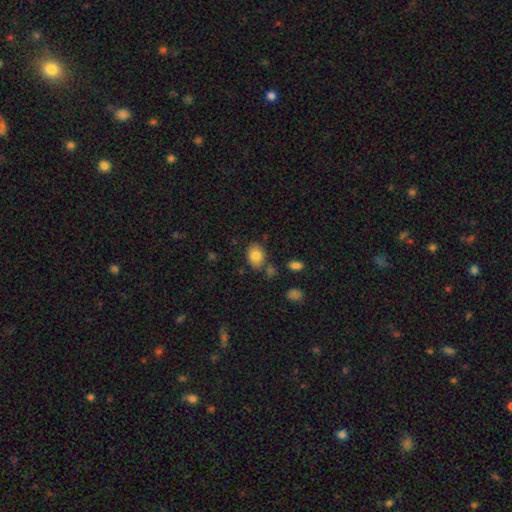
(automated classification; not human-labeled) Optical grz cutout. It shows a smooth galaxy with no disk features (82%) that is in between round and cigar-shaped (69%). Merging: none (77%).